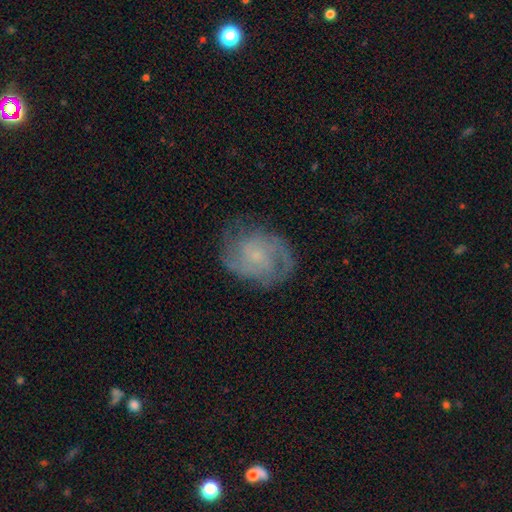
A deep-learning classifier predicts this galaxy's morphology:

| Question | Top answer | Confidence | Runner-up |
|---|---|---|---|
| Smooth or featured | featured or disk | 77% | smooth (16%) |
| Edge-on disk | no | 98% | yes (2%) |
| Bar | no | 66% | weak (30%) |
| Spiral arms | yes | 94% | no (6%) |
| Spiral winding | tight | 44% | tied: medium (44%) |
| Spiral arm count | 2 | 42% | can't tell (25%) |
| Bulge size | small | 67% | moderate (16%) |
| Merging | none | 72% | minor disturbance (18%) |